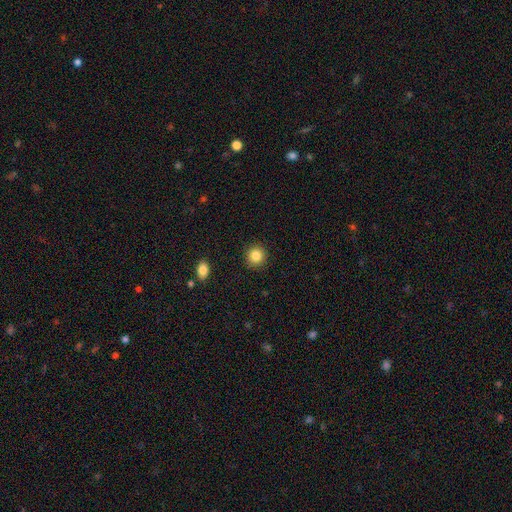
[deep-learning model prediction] A smooth galaxy with no disk features (85%) that is round (91%).

Vote fractions:
- Smooth or featured? smooth: 85% / star or artifact: 10% / featured or disk: 5%
- How rounded? round: 91% / in between: 8% / cigar-shaped: 1%
- Merging? none: 91% / minor disturbance: 6% / major disturbance: 2% / merger: 1%